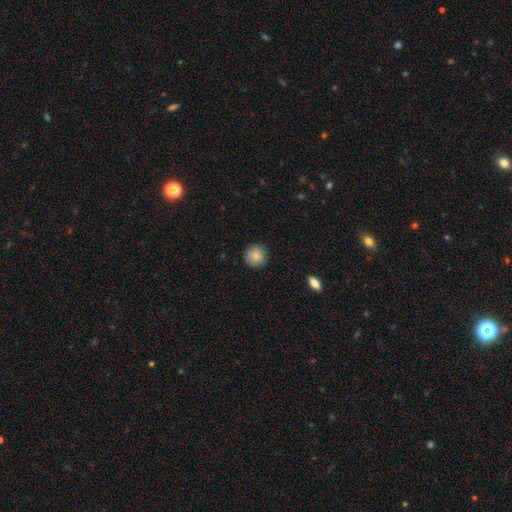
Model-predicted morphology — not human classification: Smooth or featured?
  - smooth: 85% *
  - star or artifact: 8%
  - featured or disk: 7%
How rounded?
  - round: 93% *
  - in between: 6%
  - cigar-shaped: 1%
Merging?
  - none: 88% *
  - minor disturbance: 9%
  - major disturbance: 2%
  - merger: 1%